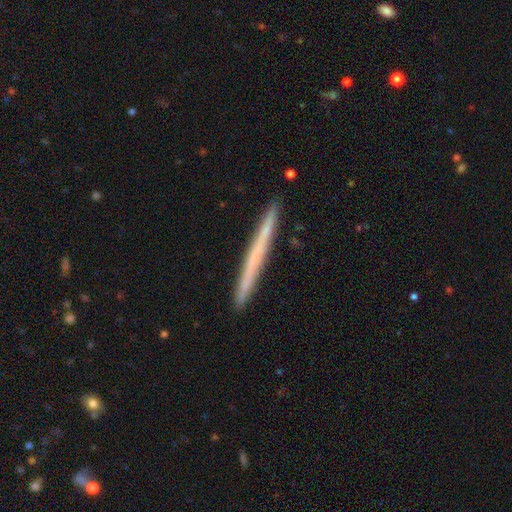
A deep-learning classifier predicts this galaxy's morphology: This appears to be a smooth galaxy with no disk features (51%) that is cigar-shaped (98%). Merging: none (92%).